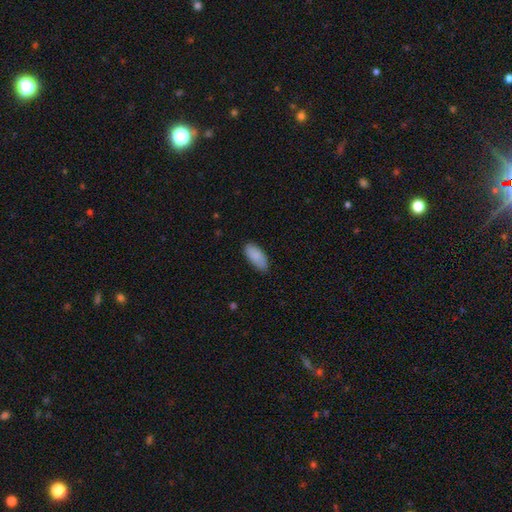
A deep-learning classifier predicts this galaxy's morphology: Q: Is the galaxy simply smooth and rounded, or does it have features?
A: smooth — 89%.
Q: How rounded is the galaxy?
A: in between — 88%.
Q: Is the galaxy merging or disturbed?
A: none — 78%.